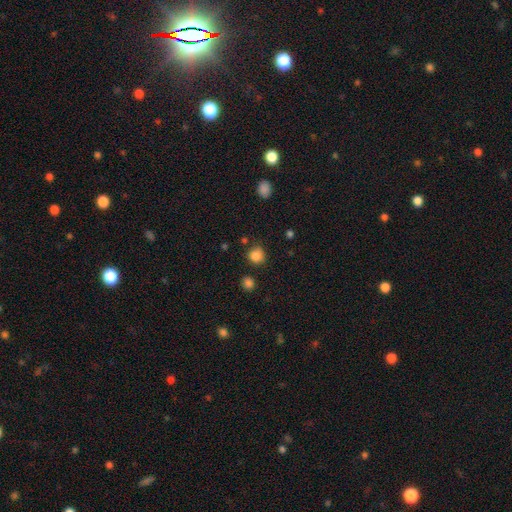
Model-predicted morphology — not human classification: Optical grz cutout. It shows a smooth galaxy with no disk features (84%) that is round (87%). Merging: none (80%).